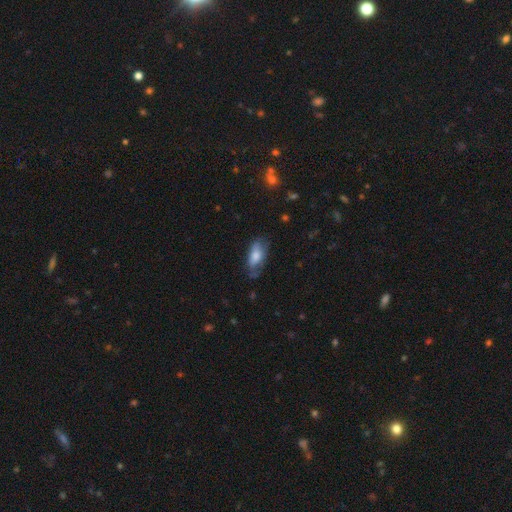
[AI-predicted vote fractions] Overall: smooth (67%). How rounded: in between (86%). Merging: none (54%; minor disturbance 30%).